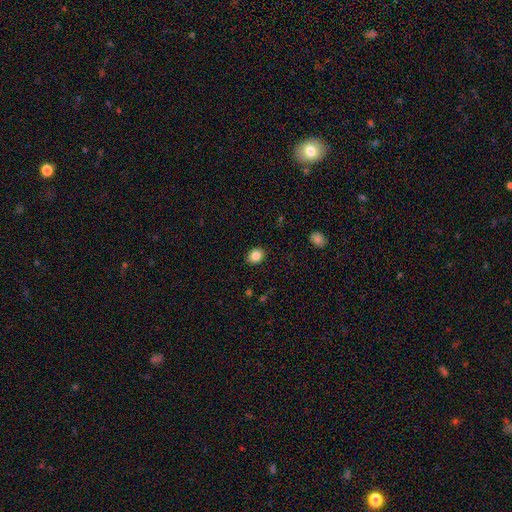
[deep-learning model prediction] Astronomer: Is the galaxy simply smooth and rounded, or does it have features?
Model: smooth — 85%.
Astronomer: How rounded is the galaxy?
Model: round — 51% (runner-up: in between, 48%).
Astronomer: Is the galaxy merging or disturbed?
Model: none — 88%.